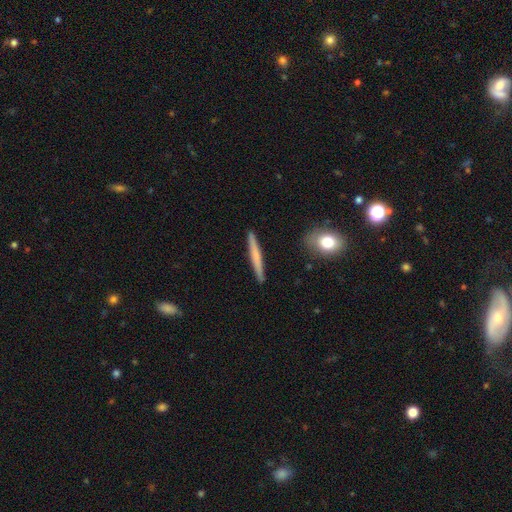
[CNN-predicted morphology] Overall: smooth (59%; featured or disk 36%). How rounded: cigar-shaped (96%). Merging: none (91%).